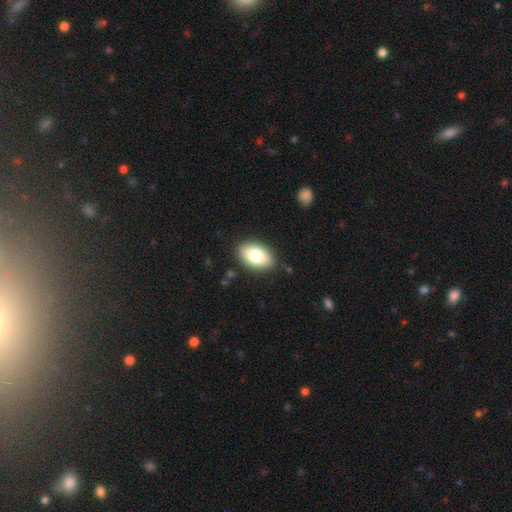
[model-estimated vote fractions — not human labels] The model was most divided on "smooth or featured": smooth: 81%, featured or disk: 12%, star or artifact: 7%. More confident: how rounded — in between (92%); merging — none (87%).